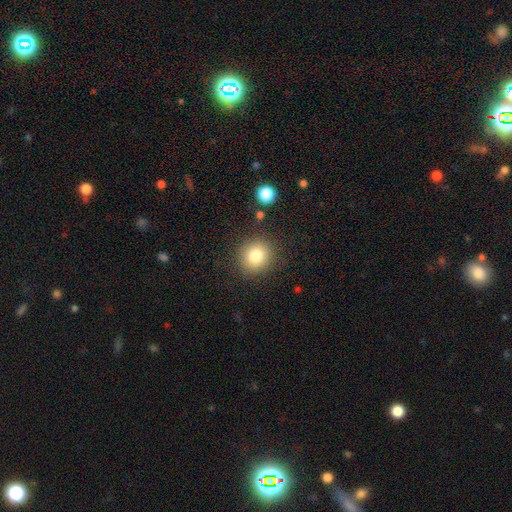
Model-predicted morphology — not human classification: Smooth or featured? smooth (80%)
How rounded? round (86%)
Merging? none (86%)